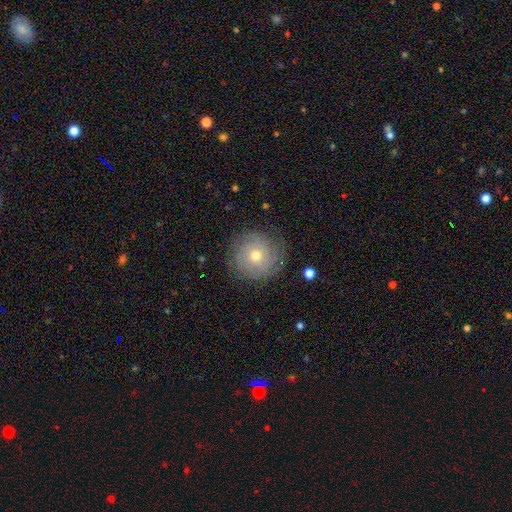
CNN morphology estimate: The model was most divided on "spiral arm count": can't tell: 47%, 3: 16%, 2: 13%, 4: 11%, more than 4: 7%, 1: 6%. More confident: edge-on disk — no (97%); spiral arms — yes (86%); bar — no (83%); merging — none (82%); spiral winding — tight (77%); bulge size — moderate (65%); smooth or featured — featured or disk (62%).